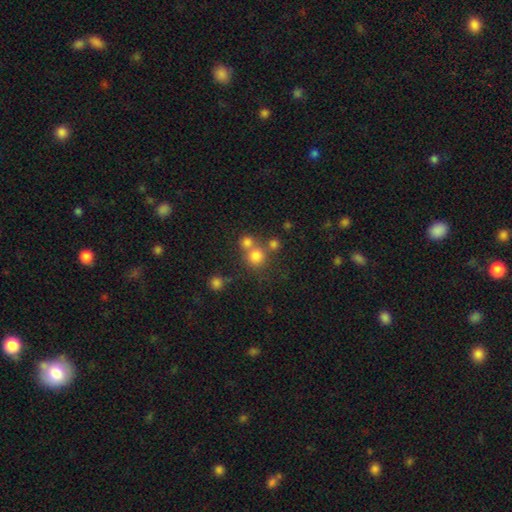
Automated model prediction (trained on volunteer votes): A smooth galaxy with no disk features (76%) that is round (90%).

Vote fractions:
- Smooth or featured? smooth: 76% / star or artifact: 16% / featured or disk: 8%
- How rounded? round: 90% / in between: 9% / cigar-shaped: 1%
- Merging? none: 58% / merger: 32% / minor disturbance: 7% / major disturbance: 4%